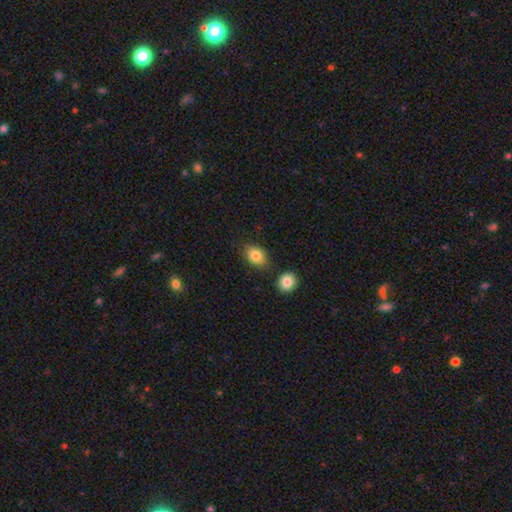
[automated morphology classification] This is clearly a smooth galaxy (84%). How rounded: likely in between (71%). Merging: likely none (78%).